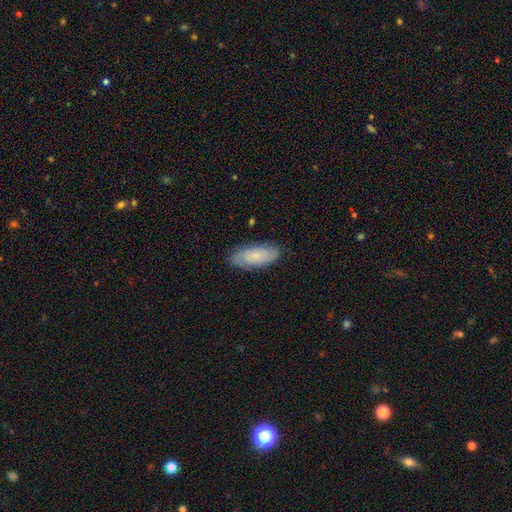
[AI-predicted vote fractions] A smooth galaxy with no disk features (60%) that is in between round and cigar-shaped (82%).

Vote fractions:
- Smooth or featured? smooth: 60% / featured or disk: 32% / star or artifact: 7%
- How rounded? in between: 82% / cigar-shaped: 16% / round: 2%
- Merging? none: 81% / minor disturbance: 14% / major disturbance: 3% / merger: 1%